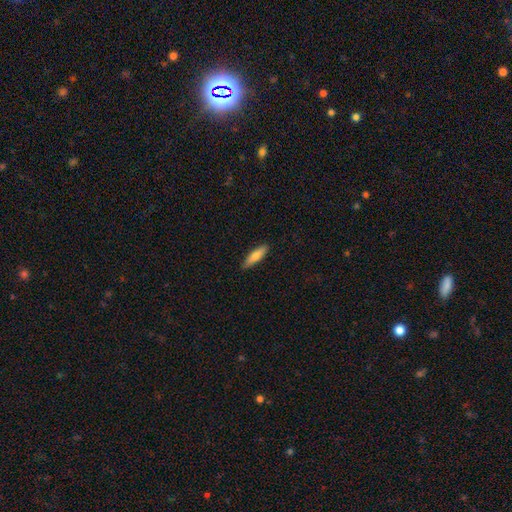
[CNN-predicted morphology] A smooth galaxy with no disk features (76%) that is cigar-shaped (61%).

Vote fractions:
- Smooth or featured? smooth: 76% / featured or disk: 18% / star or artifact: 6%
- How rounded? cigar-shaped: 61% / in between: 37% / round: 2%
- Merging? none: 88% / minor disturbance: 10% / major disturbance: 2% / merger: 1%